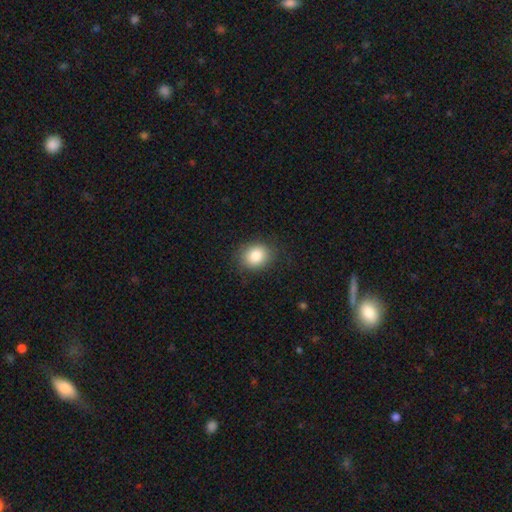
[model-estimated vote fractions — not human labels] Smooth or featured: smooth — 85% (star or artifact — 9%)
How rounded: round — 61% (in between — 38%)
Merging: none — 84% (minor disturbance — 12%)